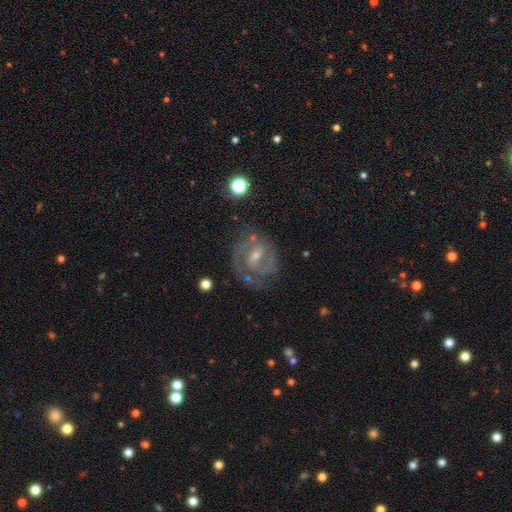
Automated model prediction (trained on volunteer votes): Q: Smooth or featured?
A: featured or disk (84%); runner-up: smooth (9%)
Q: Edge-on disk?
A: no (97%); runner-up: yes (3%)
Q: Bar?
A: weak (54%); runner-up: strong (26%)
Q: Spiral arms?
A: yes (92%); runner-up: no (8%)
Q: Spiral winding?
A: tight (49%); runner-up: medium (41%)
Q: Spiral arm count?
A: 2 (65%); runner-up: can't tell (15%)
Q: Bulge size?
A: small (52%); runner-up: moderate (40%)
Q: Merging?
A: none (69%); runner-up: minor disturbance (17%)